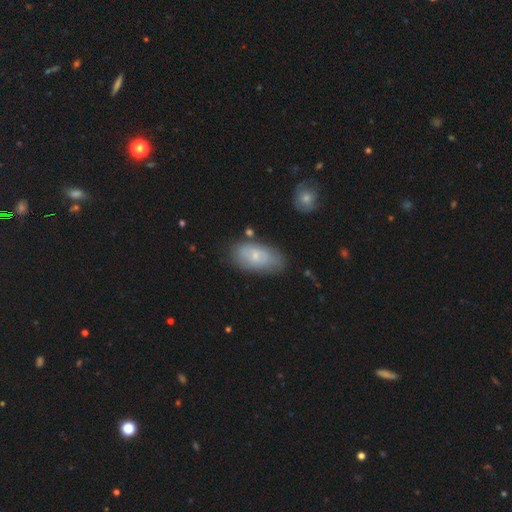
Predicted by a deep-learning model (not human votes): A smooth galaxy with no disk features (57%) that is in between round and cigar-shaped (93%).

Vote fractions:
- Smooth or featured? smooth: 57% / featured or disk: 36% / star or artifact: 7%
- How rounded? in between: 93% / round: 4% / cigar-shaped: 3%
- Merging? none: 64% / minor disturbance: 25% / major disturbance: 7% / merger: 4%